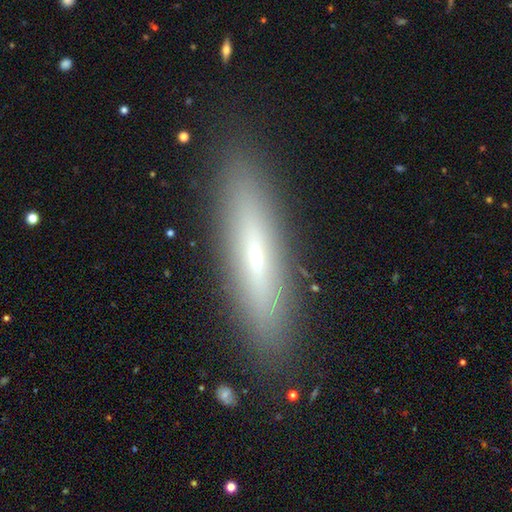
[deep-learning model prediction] A featured or disk galaxy (47%).

Vote fractions:
- Smooth or featured? featured or disk: 47% / smooth: 43% / star or artifact: 10%
- Merging? none: 89% / minor disturbance: 8% / major disturbance: 2% / merger: 1%